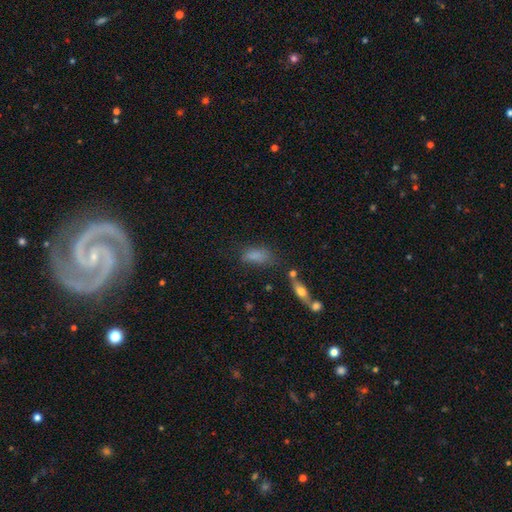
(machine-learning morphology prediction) This is likely a smooth galaxy (77%). How rounded: likely in between (76%). Merging: possibly none (48%).